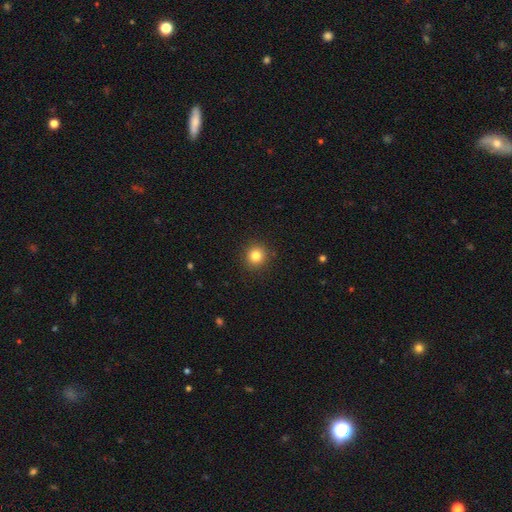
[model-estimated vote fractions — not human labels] smooth 82%, star or artifact 12%, featured or disk 6%. Down the decision tree: how rounded — round (93%); merging — none (91%).